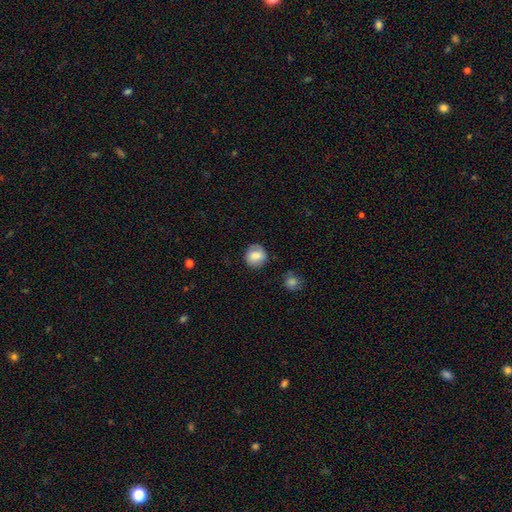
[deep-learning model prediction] A smooth galaxy with no disk features (74%) that is round (82%). Merging: none (75%).